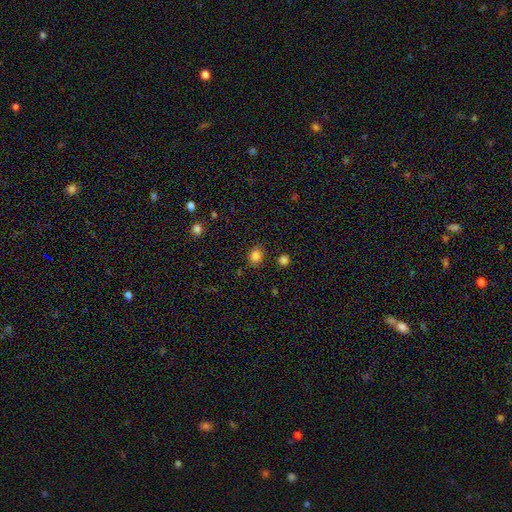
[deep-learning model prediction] Overall: smooth (84%). How rounded: round (59%; in between 40%). Merging: none (83%).